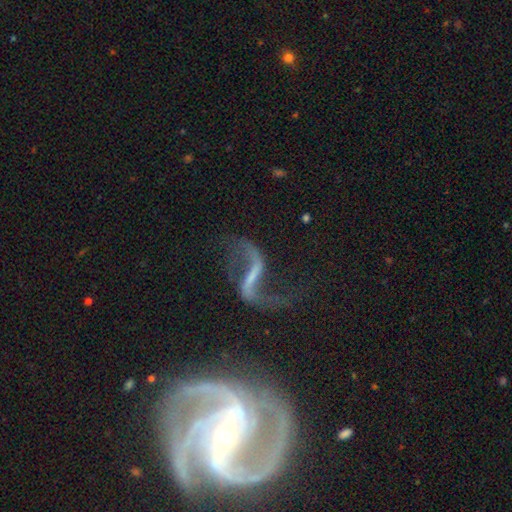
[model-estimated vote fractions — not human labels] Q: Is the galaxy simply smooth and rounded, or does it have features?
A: featured or disk — 84%.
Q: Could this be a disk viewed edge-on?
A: no — 95%.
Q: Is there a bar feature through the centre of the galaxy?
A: strong — 49%.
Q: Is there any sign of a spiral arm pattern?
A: yes — 94%.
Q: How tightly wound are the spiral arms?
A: loose — 67%.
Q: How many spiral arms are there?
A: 2 — 82%.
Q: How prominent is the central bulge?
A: small — 57%.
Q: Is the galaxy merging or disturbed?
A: none — 48%.